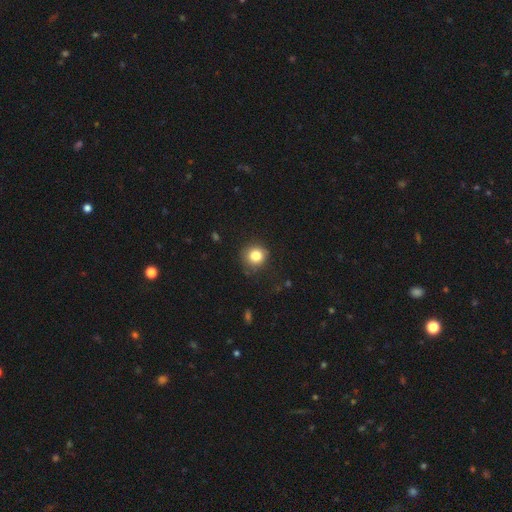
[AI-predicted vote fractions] Overall: smooth (81%). How rounded: round (91%). Merging: none (83%).